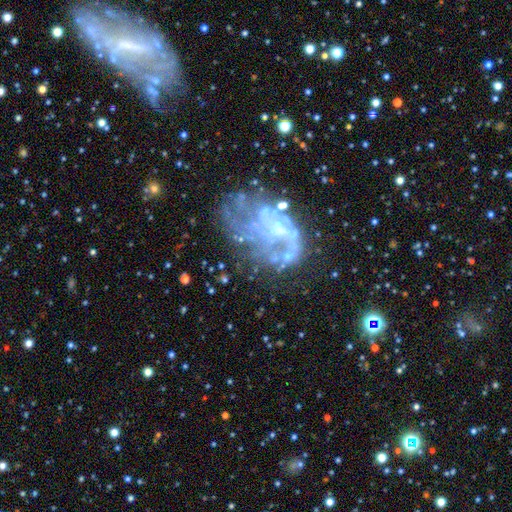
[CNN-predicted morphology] Q: Smooth or featured?
A: featured or disk (72%); runner-up: star or artifact (16%)
Q: Edge-on disk?
A: no (98%); runner-up: yes (2%)
Q: Bar?
A: no (82%); runner-up: weak (13%)
Q: Spiral arms?
A: no (63%); runner-up: yes (37%)
Q: Bulge size?
A: none (56%); runner-up: small (25%)
Q: Merging?
A: none (42%); runner-up: major disturbance (30%)